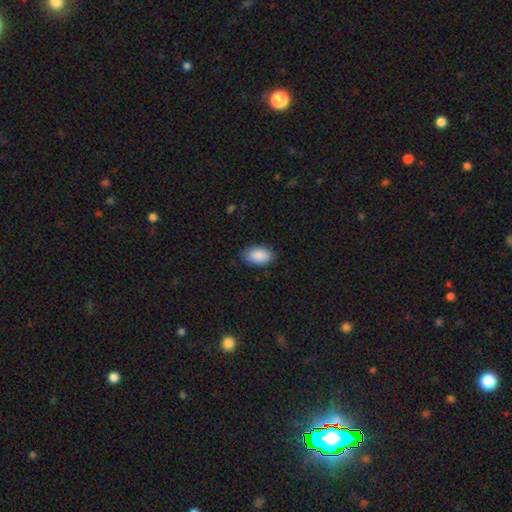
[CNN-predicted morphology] smooth-or-featured: smooth: 91% | star or artifact: 6% | featured or disk: 3%
  how-rounded: in between: 94% | round: 4% | cigar-shaped: 1%
  merging: none: 85% | minor disturbance: 12% | major disturbance: 2% | merger: 1%